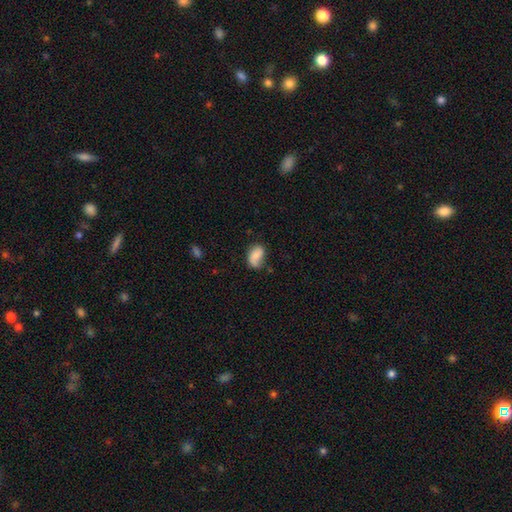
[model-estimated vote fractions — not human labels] Overall: smooth (65%; featured or disk 26%). How rounded: in between (85%). Merging: none (53%; minor disturbance 32%).